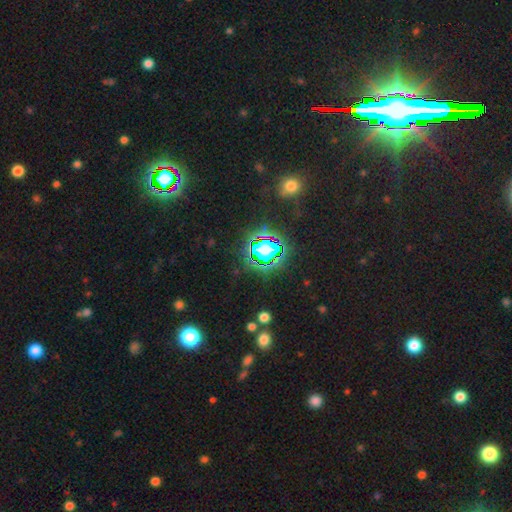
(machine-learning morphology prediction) Smooth or featured? Predicted: star or artifact (p=0.75).